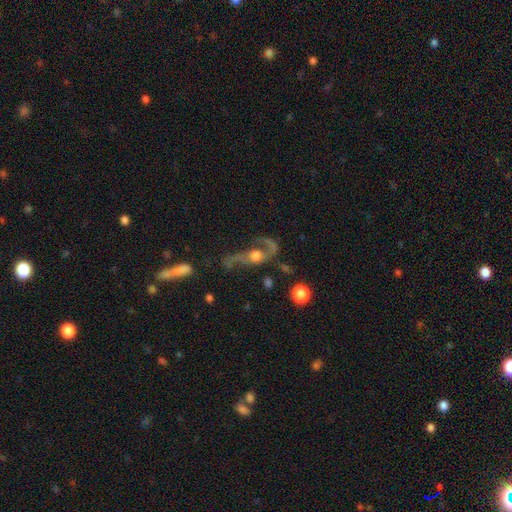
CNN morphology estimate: A featured or disk galaxy (68%) with no bar (76%), spiral arms (76%) and a moderate central bulge (52%). Merging: major disturbance (42%).